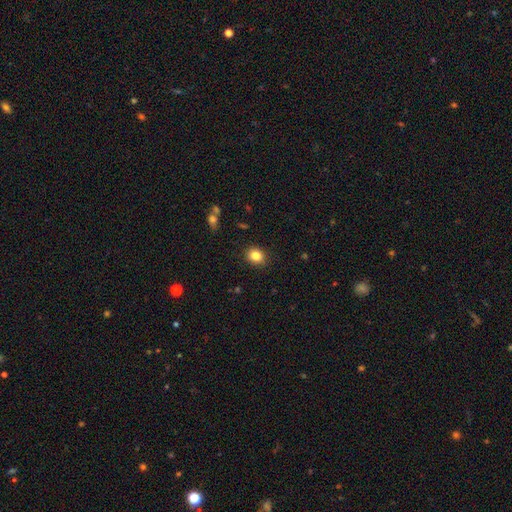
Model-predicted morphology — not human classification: This appears to be a smooth galaxy with no disk features (84%) that is round (63%). Merging: none (89%).